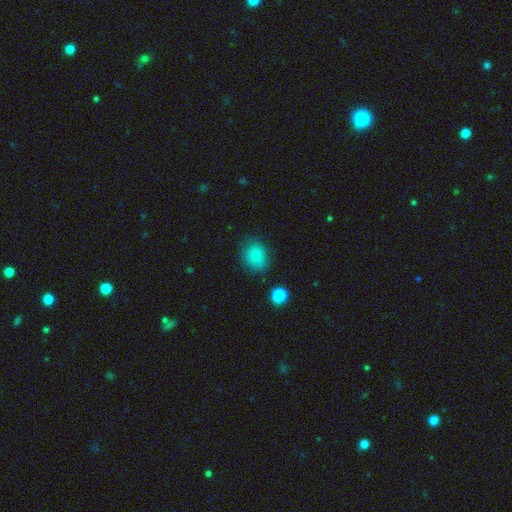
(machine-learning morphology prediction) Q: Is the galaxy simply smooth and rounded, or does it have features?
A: smooth — 84%.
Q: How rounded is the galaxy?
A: round — 51%.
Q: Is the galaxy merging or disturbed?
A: none — 78%.